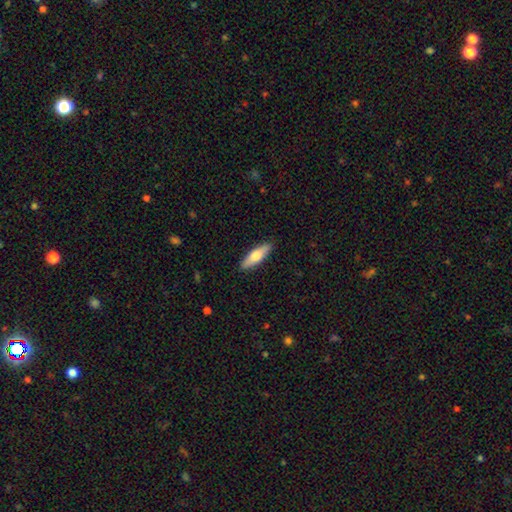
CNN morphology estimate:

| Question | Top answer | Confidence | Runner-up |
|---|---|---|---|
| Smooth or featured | smooth | 66% | featured or disk (29%) |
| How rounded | cigar-shaped | 58% | in between (40%) |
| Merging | none | 90% | minor disturbance (8%) |